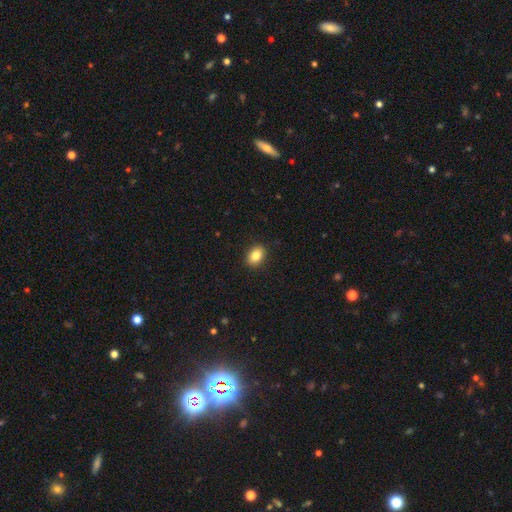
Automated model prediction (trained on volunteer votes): This is clearly a smooth galaxy (84%). How rounded: likely in between (71%). Merging: clearly none (89%).